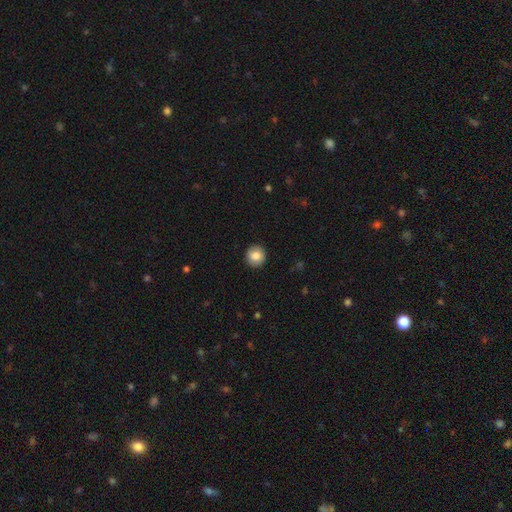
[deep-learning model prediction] Smooth or featured? smooth (83%)
How rounded? round (93%)
Merging? none (91%)